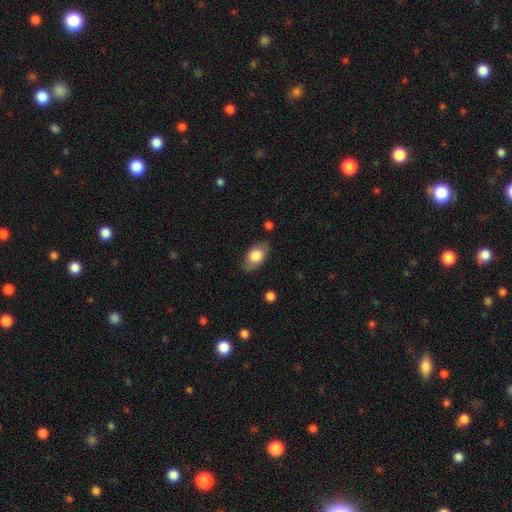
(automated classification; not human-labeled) Smooth or featured: smooth — 75% (featured or disk — 18%)
How rounded: in between — 91% (round — 7%)
Merging: none — 81% (minor disturbance — 14%)